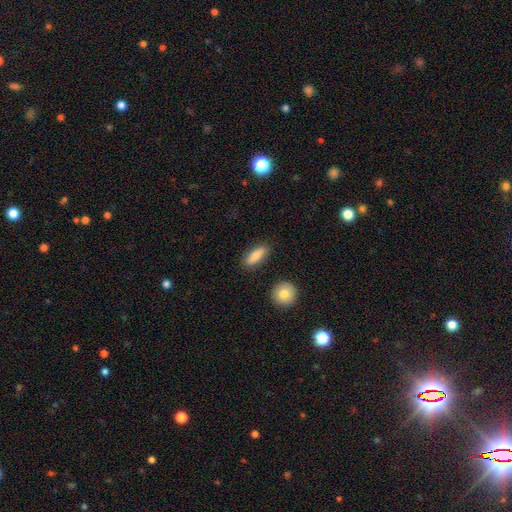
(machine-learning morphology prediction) This is clearly a smooth galaxy (82%). How rounded: likely in between (67%). Merging: clearly none (86%).